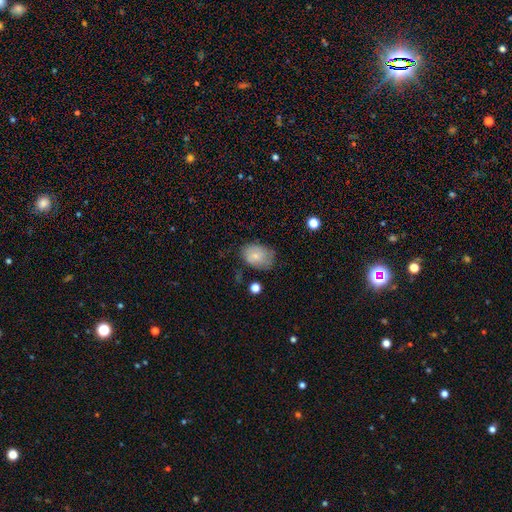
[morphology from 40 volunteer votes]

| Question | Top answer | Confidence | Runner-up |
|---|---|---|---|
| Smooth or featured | smooth | 60% | featured or disk (28%) |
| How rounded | in between | 67% | round (33%) |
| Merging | none | 69% | minor disturbance (20%) |